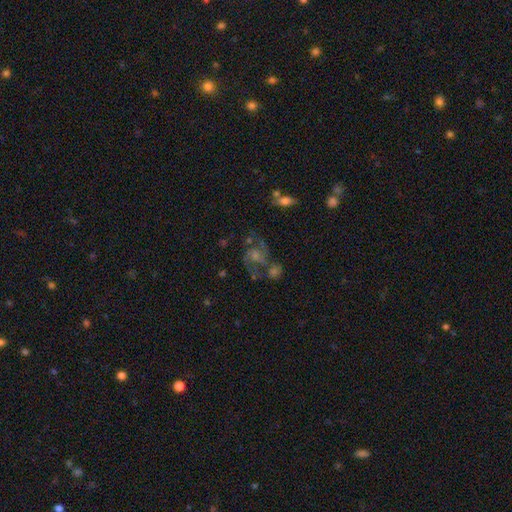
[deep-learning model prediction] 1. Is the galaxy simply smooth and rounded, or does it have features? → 75% featured or disk, 14% star or artifact, 11% smooth.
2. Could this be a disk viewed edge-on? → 97% no, 3% yes.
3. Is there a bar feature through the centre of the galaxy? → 54% no, 37% weak, 8% strong.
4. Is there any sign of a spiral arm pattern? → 93% yes, 7% no.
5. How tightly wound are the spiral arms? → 57% medium, 27% loose, 16% tight.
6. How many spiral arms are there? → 85% 2, 6% can't tell, 3% 3, 3% 1, 2% 4, 2% more than 4.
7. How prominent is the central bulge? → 40% small, 38% moderate, 14% none, 7% large, 2% dominant.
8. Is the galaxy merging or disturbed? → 53% none, 18% merger, 16% minor disturbance, 13% major disturbance.